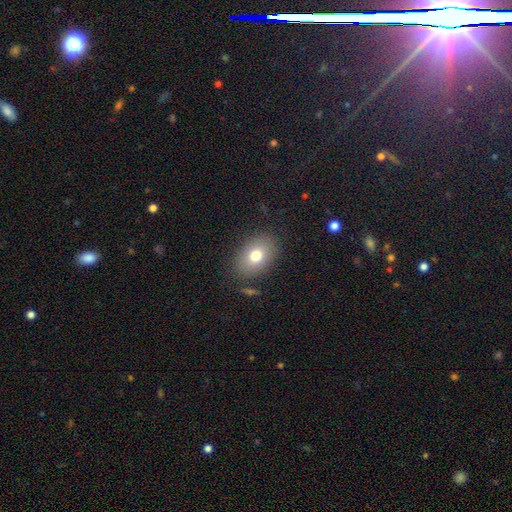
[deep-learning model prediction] Smooth or featured? smooth (76%)
How rounded? in between (77%)
Merging? none (84%)